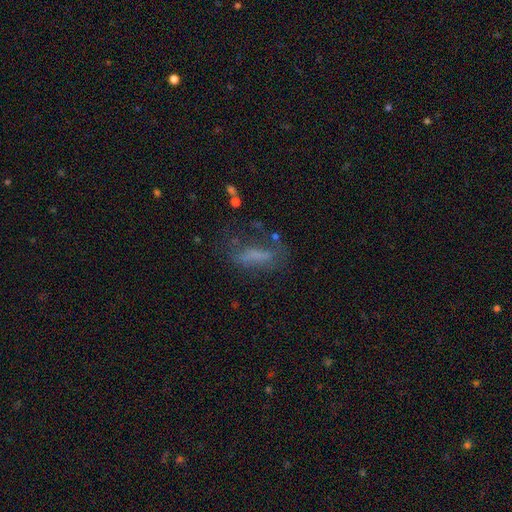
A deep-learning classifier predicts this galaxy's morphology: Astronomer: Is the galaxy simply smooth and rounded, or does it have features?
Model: smooth — 54%.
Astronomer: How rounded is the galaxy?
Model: in between — 49% (runner-up: cigar-shaped, 47%).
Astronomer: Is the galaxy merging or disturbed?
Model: none — 47% (runner-up: major disturbance, 25%).